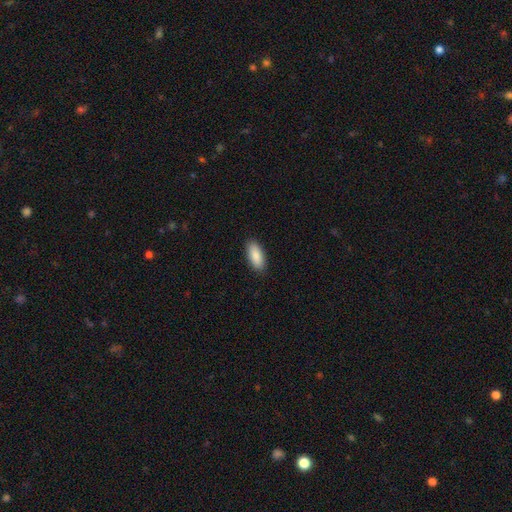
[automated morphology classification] This is clearly a smooth galaxy (89%). How rounded: clearly in between (86%). Merging: clearly none (90%).